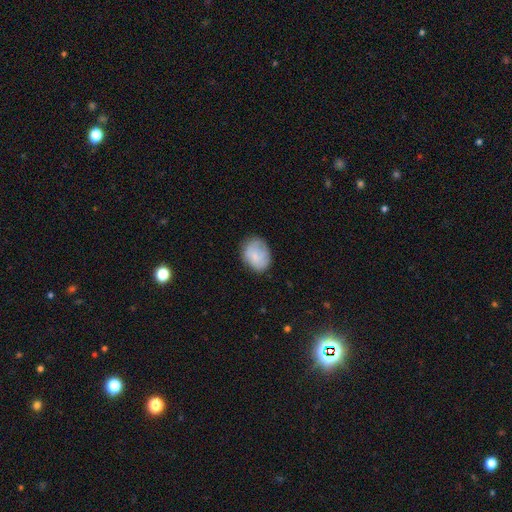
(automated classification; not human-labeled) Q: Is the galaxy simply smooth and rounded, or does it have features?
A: smooth — 76%.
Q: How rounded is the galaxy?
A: in between — 63%.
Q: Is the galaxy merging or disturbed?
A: none — 72%.